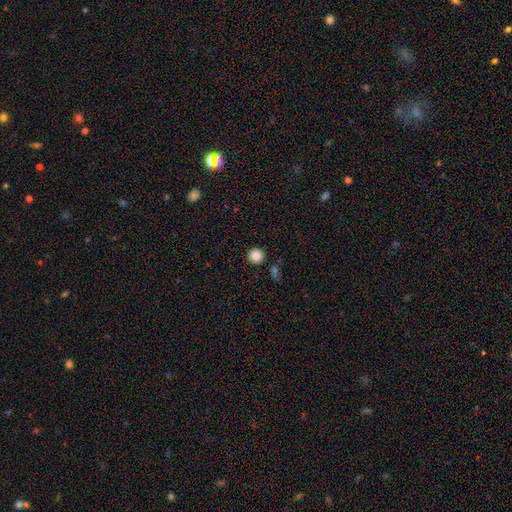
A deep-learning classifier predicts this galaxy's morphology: Overall: smooth (86%). How rounded: round (94%). Merging: none (90%).